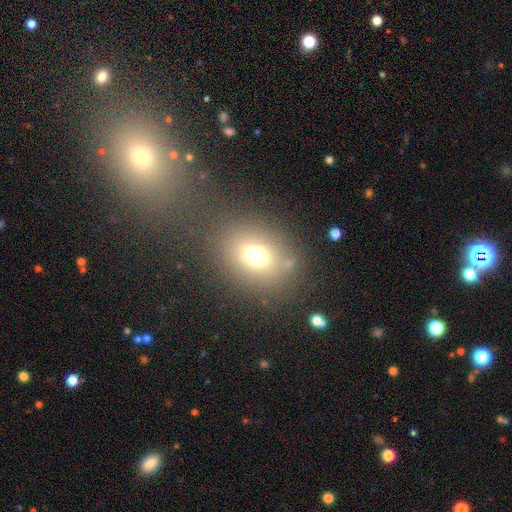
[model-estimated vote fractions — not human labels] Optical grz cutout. It shows a smooth galaxy with no disk features (70%) that is in between round and cigar-shaped (50%). Merging: none (71%).